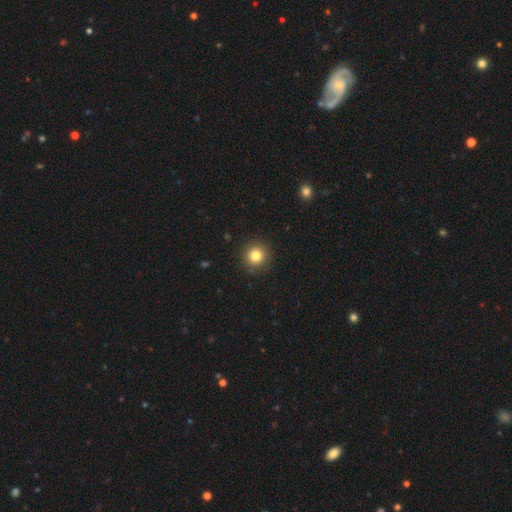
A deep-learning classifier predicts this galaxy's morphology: smooth 82%, star or artifact 11%, featured or disk 7%. Down the decision tree: how rounded — round (94%); merging — none (91%).